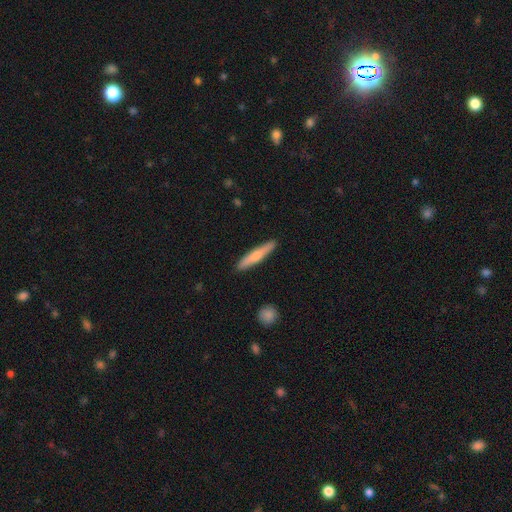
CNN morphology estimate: smooth_or_featured: smooth (p=0.60) [alt: featured or disk p=0.35]
how_rounded: cigar-shaped (p=0.91) [alt: in between p=0.07]
merging: none (p=0.90) [alt: minor disturbance p=0.07]